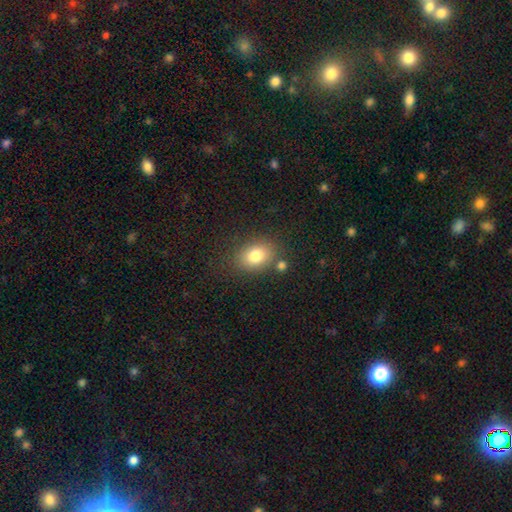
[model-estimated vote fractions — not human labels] This is clearly a smooth galaxy (80%). How rounded: likely in between (70%). Merging: likely none (75%).